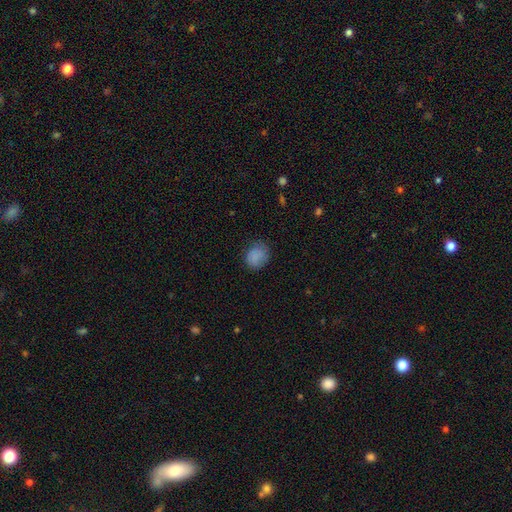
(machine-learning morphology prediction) smooth-or-featured: smooth: 83% | featured or disk: 9% | star or artifact: 9%
  how-rounded: round: 61% | in between: 38% | cigar-shaped: 1%
  merging: none: 73% | minor disturbance: 21% | major disturbance: 6% | merger: 1%